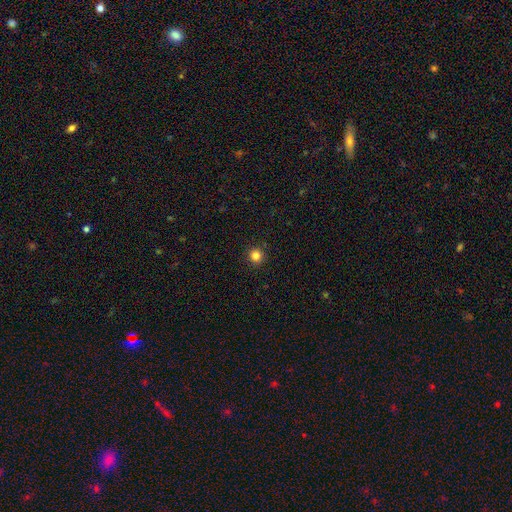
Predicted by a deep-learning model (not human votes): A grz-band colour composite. It shows a smooth galaxy with no disk features (82%) that is round (96%). Merging: none (93%).